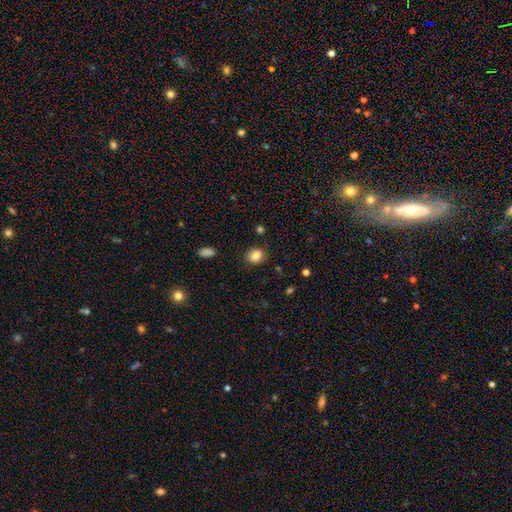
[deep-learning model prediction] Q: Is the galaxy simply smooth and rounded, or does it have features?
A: smooth — 85%.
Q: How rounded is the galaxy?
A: round — 58%.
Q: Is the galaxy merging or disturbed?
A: none — 86%.